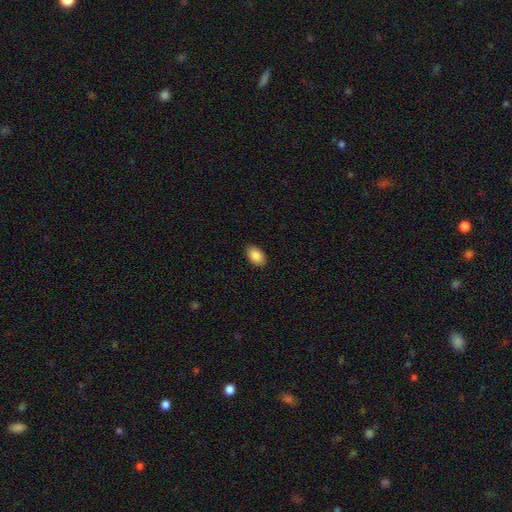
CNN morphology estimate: smooth_or_featured: smooth (p=0.88) [alt: star or artifact p=0.07]
how_rounded: in between (p=0.92) [alt: round p=0.07]
merging: none (p=0.89) [alt: minor disturbance p=0.08]